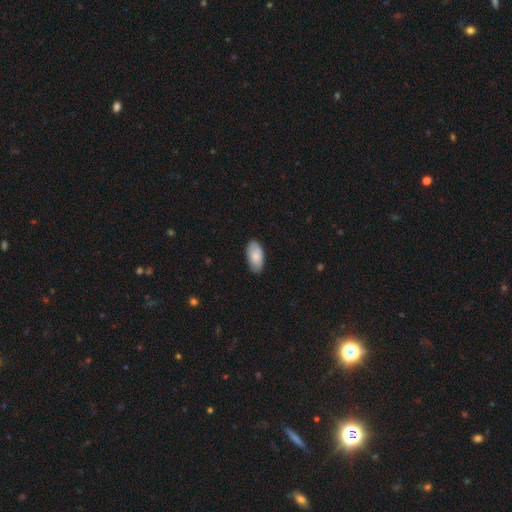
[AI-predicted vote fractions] Smooth or featured: smooth — 83% (featured or disk — 12%)
How rounded: in between — 95% (cigar-shaped — 3%)
Merging: none — 84% (minor disturbance — 13%)